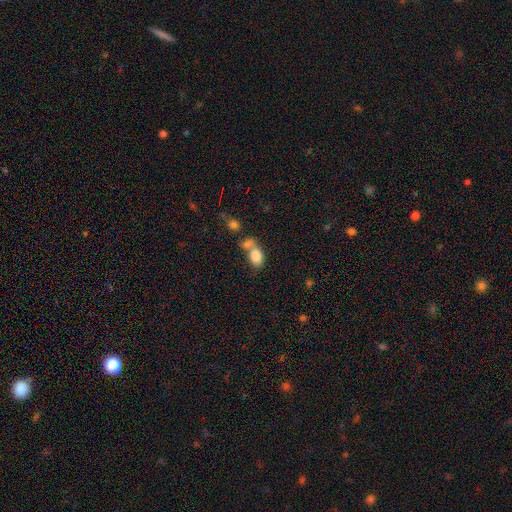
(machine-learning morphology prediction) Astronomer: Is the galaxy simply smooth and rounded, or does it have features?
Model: smooth — 82%.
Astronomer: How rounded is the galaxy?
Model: in between — 82%.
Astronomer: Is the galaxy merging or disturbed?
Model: merger — 54%.